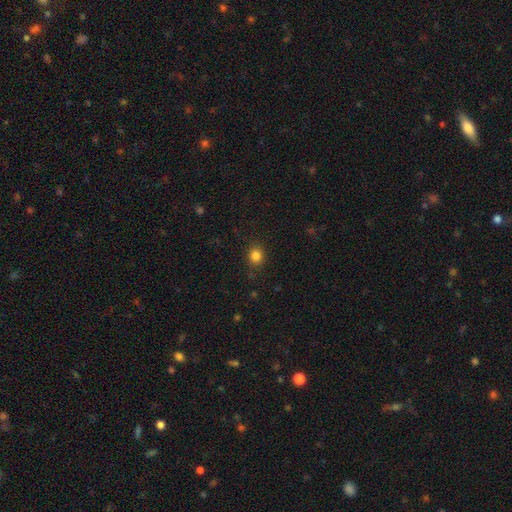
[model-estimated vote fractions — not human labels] Overall: smooth (83%). How rounded: round (78%). Merging: none (87%).